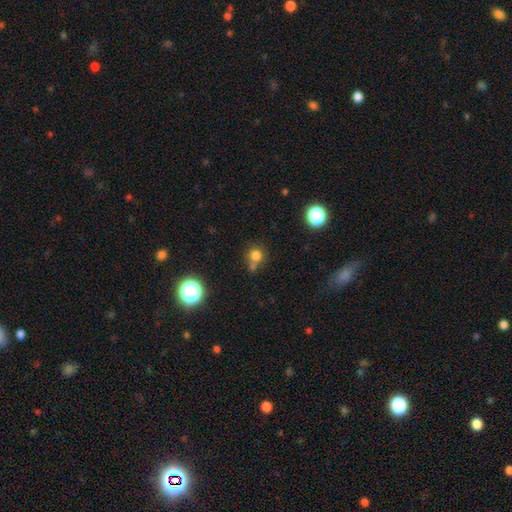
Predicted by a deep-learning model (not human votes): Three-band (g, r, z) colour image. It shows a smooth galaxy with no disk features (76%) that is round (87%). Merging: none (54%).